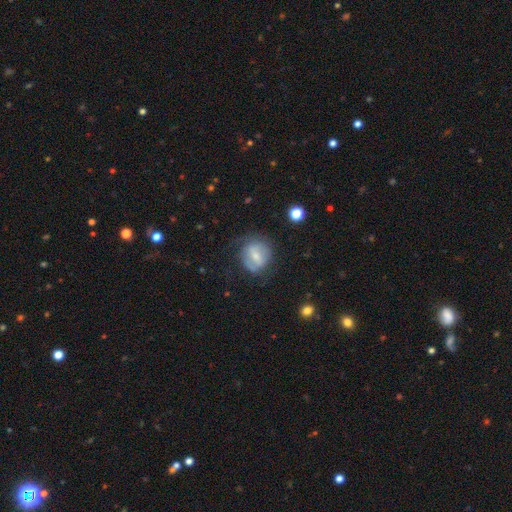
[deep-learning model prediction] smooth_or_featured: featured or disk (p=0.47) [alt: smooth p=0.45]
merging: none (p=0.58) [alt: minor disturbance p=0.24]